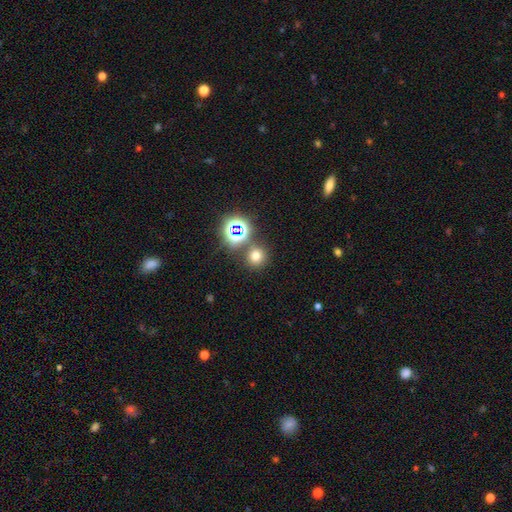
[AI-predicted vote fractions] smooth_or_featured: smooth (p=0.66) [alt: star or artifact p=0.26]
how_rounded: round (p=0.89) [alt: in between p=0.10]
merging: none (p=0.77) [alt: merger p=0.12]